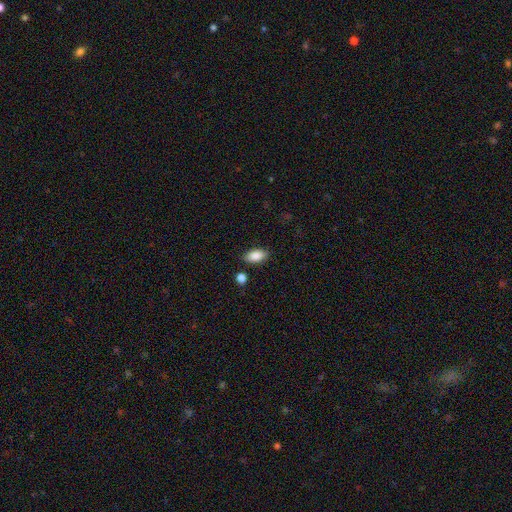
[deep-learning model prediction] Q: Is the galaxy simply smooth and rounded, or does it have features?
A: smooth — 87%.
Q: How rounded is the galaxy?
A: in between — 91%.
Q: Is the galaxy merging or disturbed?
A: none — 85%.